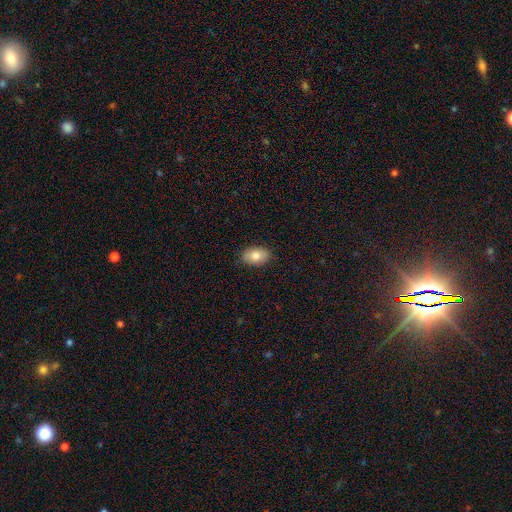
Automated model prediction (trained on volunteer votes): smooth-or-featured: smooth: 84% | featured or disk: 9% | star or artifact: 7%
  how-rounded: in between: 90% | round: 8% | cigar-shaped: 1%
  merging: none: 88% | minor disturbance: 9% | major disturbance: 2% | merger: 1%